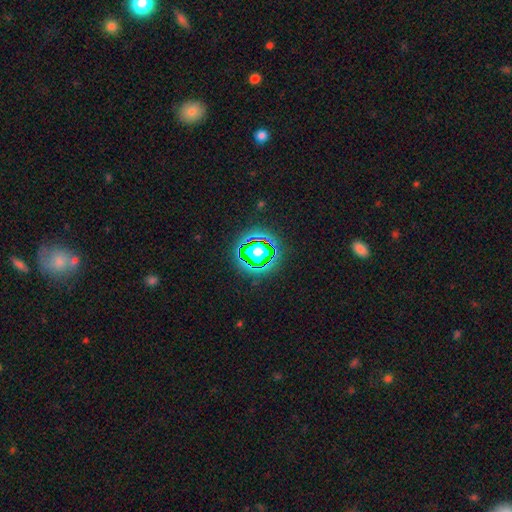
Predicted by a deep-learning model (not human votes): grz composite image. It shows a star or artifact, not a galaxy (75%).